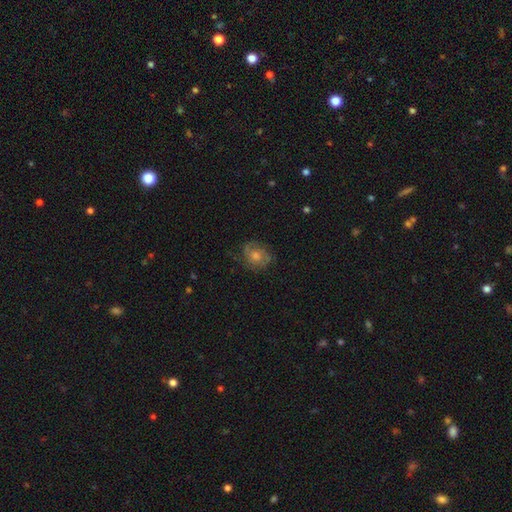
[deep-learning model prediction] featured or disk 55%, smooth 31%, star or artifact 14%. Down the decision tree: edge-on disk — no (97%); bar — no (77%); spiral arms — yes (81%); bulge size — moderate (61%); merging — none (73%).